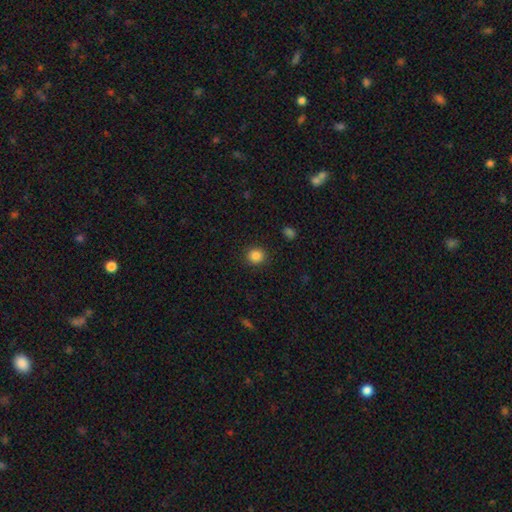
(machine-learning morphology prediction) This appears to be a smooth galaxy with no disk features (86%) that is round (89%). Merging: none (91%).